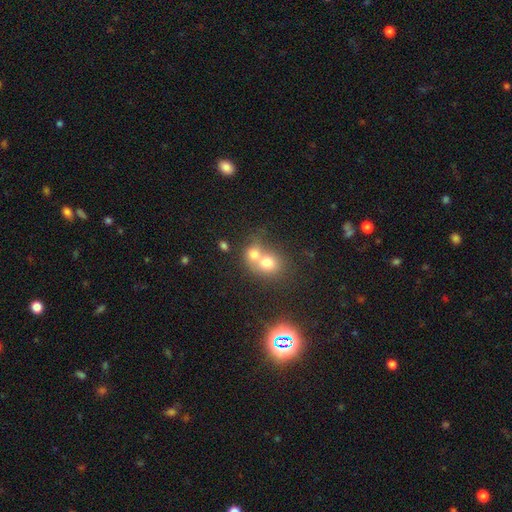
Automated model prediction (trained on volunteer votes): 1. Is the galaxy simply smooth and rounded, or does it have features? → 63% smooth, 19% star or artifact, 17% featured or disk.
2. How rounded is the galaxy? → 75% round, 24% in between, 1% cigar-shaped.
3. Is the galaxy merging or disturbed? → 63% merger, 29% none, 5% minor disturbance, 3% major disturbance.